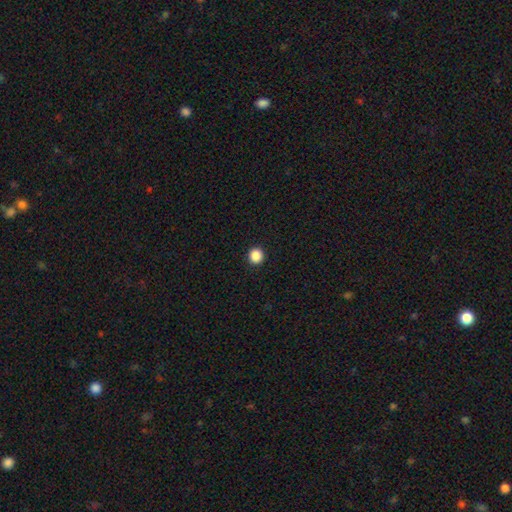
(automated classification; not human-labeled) Smooth or featured? Predicted: smooth (p=0.87). How rounded? Predicted: round (p=0.92). Merging? Predicted: none (p=0.93).